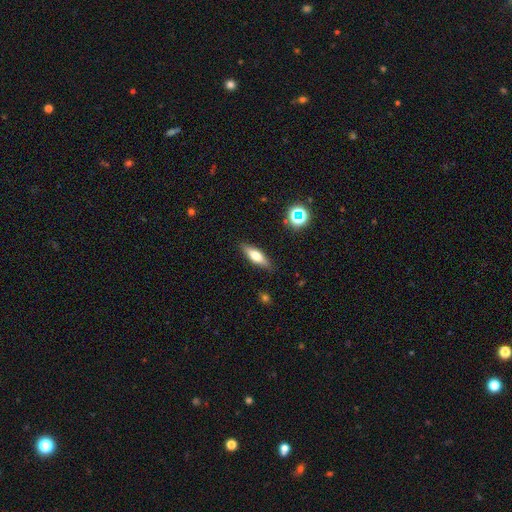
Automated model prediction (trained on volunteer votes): smooth-or-featured: smooth: 60% | featured or disk: 32% | star or artifact: 8%
  how-rounded: cigar-shaped: 50% | in between: 48% | round: 3%
  merging: none: 87% | minor disturbance: 10% | major disturbance: 2% | merger: 1%